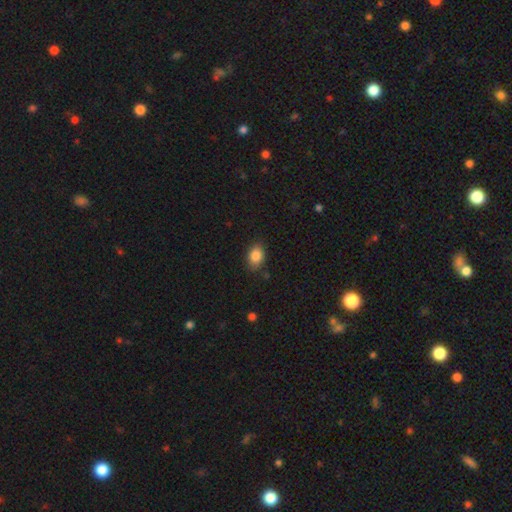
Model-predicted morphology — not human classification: smooth 86%, star or artifact 8%, featured or disk 6%. Down the decision tree: how rounded — in between (79%); merging — none (82%).